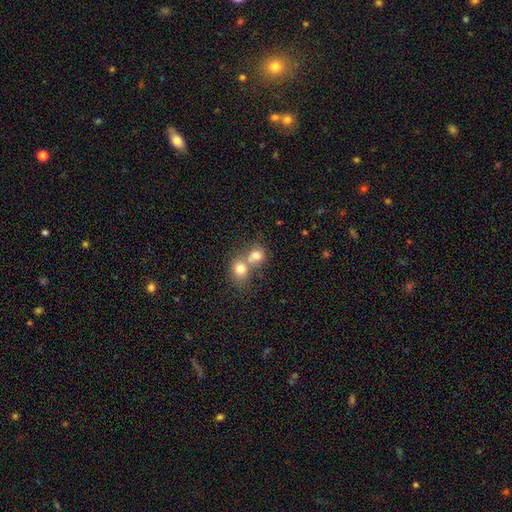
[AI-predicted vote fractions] Smooth or featured: smooth — 75% (featured or disk — 14%)
How rounded: round — 67% (in between — 32%)
Merging: merger — 63% (none — 28%)